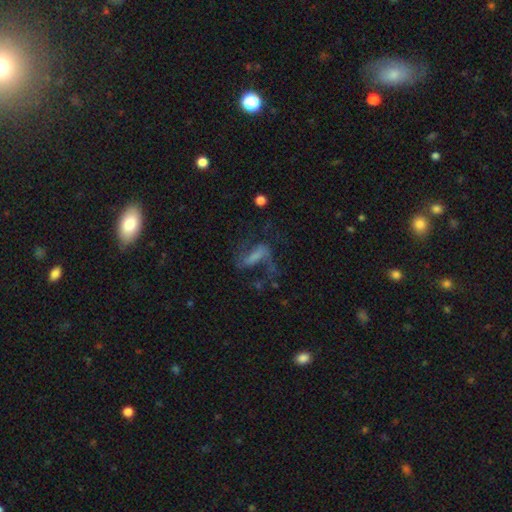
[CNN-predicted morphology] Smooth or featured?
  - featured or disk: 63% *
  - smooth: 24%
  - star or artifact: 13%
Edge-on disk?
  - no: 92% *
  - yes: 8%
Bar?
  - strong: 45% *
  - weak: 34%
  - no: 21%
Spiral arms?
  - yes: 82% *
  - no: 18%
Bulge size?
  - none: 42% *
  - small: 28%
  - moderate: 19%
  - large: 9%
  - dominant: 2%
Merging?
  - none: 44% *
  - major disturbance: 35%
  - minor disturbance: 16%
  - merger: 5%